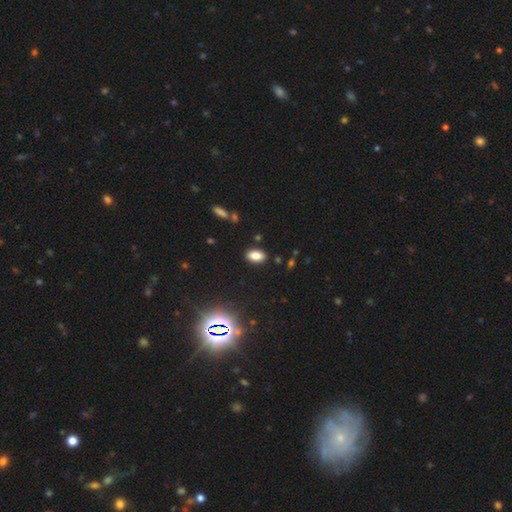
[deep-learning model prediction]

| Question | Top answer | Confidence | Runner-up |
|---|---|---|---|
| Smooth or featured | smooth | 80% | star or artifact (12%) |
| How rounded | in between | 91% | round (7%) |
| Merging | none | 87% | minor disturbance (9%) |